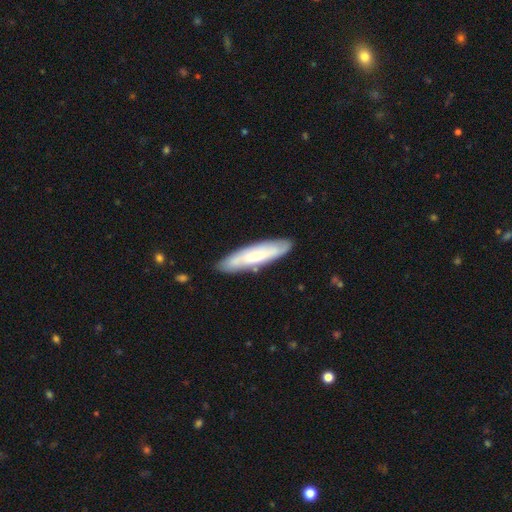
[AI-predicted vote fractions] A smooth galaxy with no disk features (51%) that is cigar-shaped (75%). Merging: none (85%).